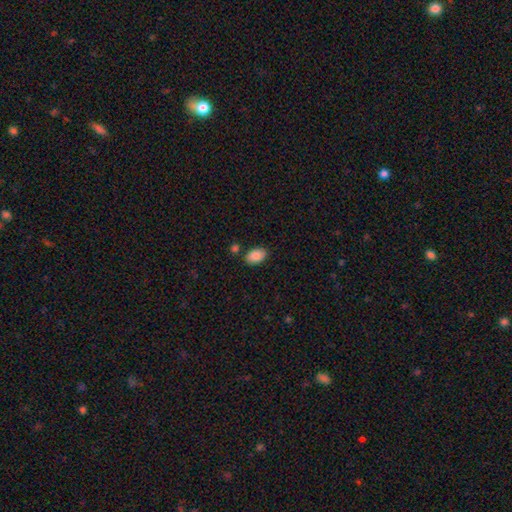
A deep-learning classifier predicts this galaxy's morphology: The model was most divided on "merging": none: 81%, minor disturbance: 11%, merger: 5%, major disturbance: 3%. More confident: how rounded — in between (91%); smooth or featured — smooth (88%).